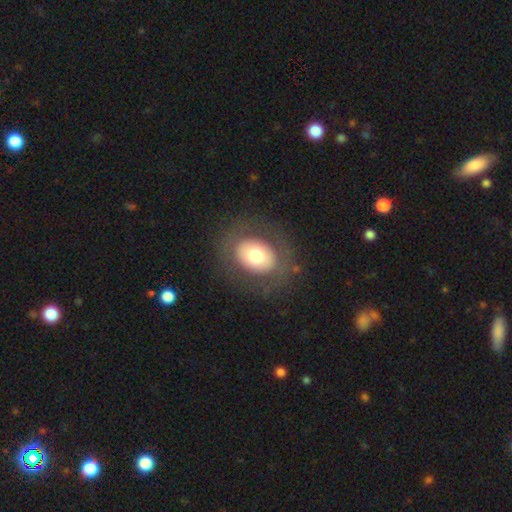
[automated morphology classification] Smooth or featured? smooth (66%)
How rounded? in between (58%)
Merging? none (80%)